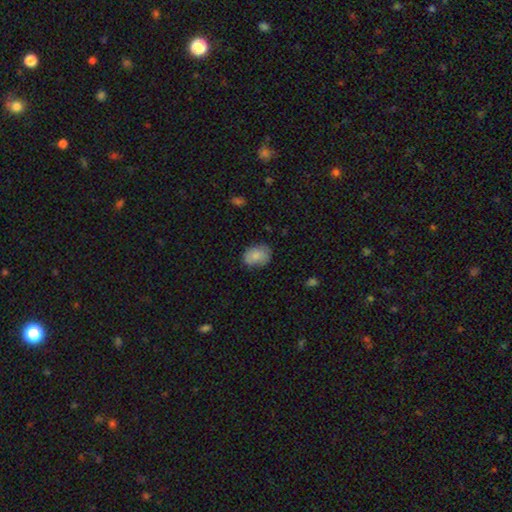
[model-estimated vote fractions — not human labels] This is clearly a smooth galaxy (81%). How rounded: likely in between (75%). Merging: likely none (74%).